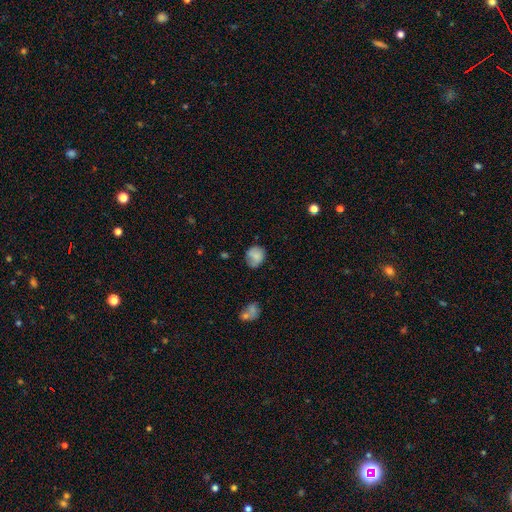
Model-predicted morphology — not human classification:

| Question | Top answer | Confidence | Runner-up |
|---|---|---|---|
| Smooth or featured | smooth | 77% | featured or disk (14%) |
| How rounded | round | 66% | in between (33%) |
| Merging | none | 57% | minor disturbance (30%) |